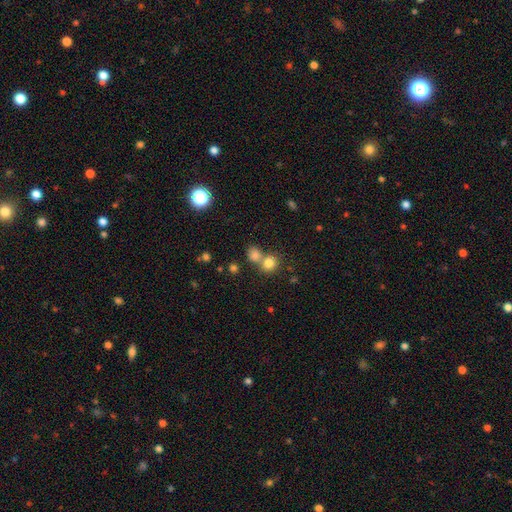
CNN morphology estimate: A smooth galaxy with no disk features (73%) that is round (82%). Merging: none (53%).